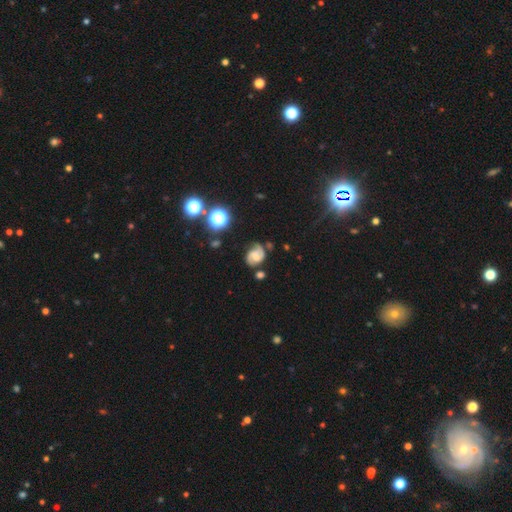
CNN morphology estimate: Smooth or featured? featured or disk (74%)
Edge-on disk? no (98%)
Bar? weak (45%)
Spiral arms? yes (95%)
Spiral winding? medium (50%)
Spiral arm count? 2 (86%)
Bulge size? small (35%)
Merging? none (66%)